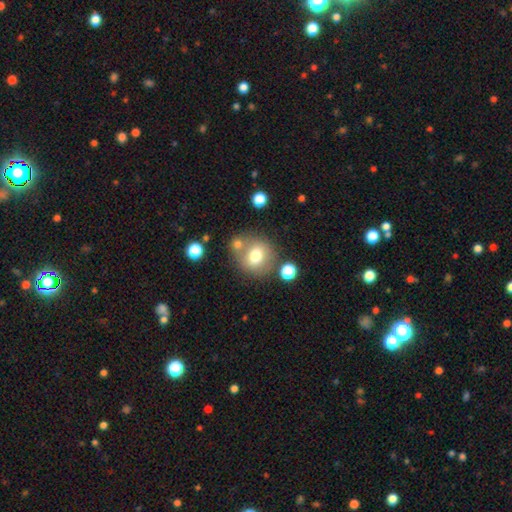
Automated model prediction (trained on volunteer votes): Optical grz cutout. It shows a smooth galaxy with no disk features (71%) that is round (83%). Merging: none (65%).